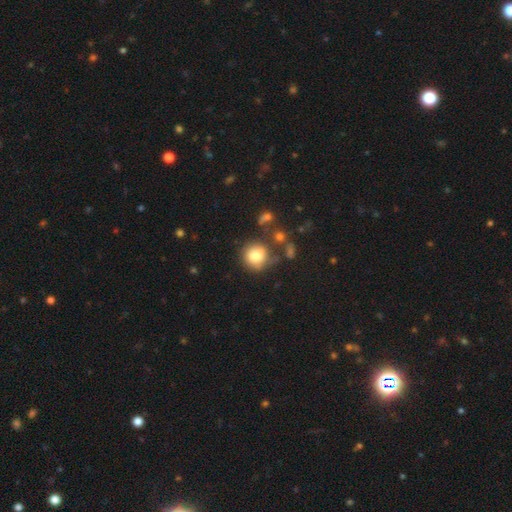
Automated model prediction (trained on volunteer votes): The model was most divided on "merging": none: 62%, minor disturbance: 19%, merger: 10%, major disturbance: 9%. More confident: how rounded — round (88%); smooth or featured — smooth (81%).